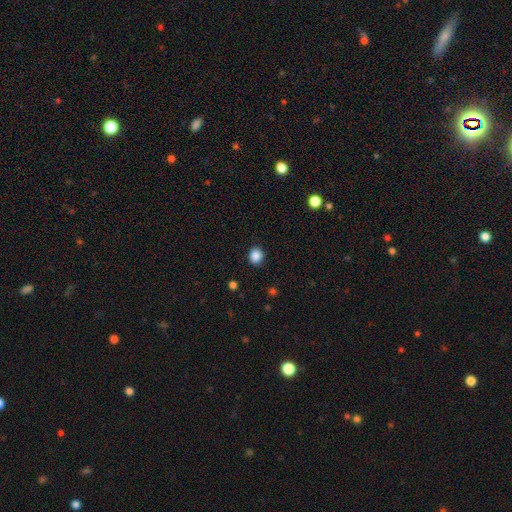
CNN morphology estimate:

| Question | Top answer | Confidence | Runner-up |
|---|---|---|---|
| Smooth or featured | smooth | 87% | star or artifact (10%) |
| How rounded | round | 80% | in between (19%) |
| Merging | none | 90% | minor disturbance (7%) |